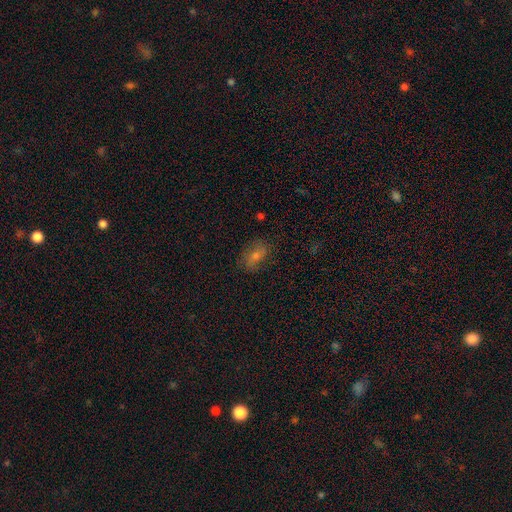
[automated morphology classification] smooth-or-featured: smooth: 46% | featured or disk: 35% | star or artifact: 19%
  merging: none: 78% | minor disturbance: 16% | major disturbance: 5% | merger: 1%